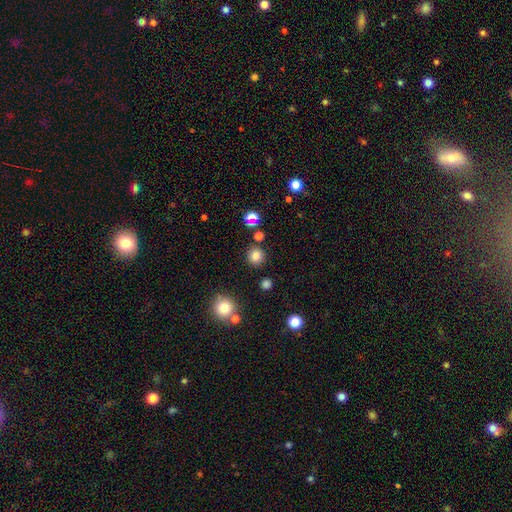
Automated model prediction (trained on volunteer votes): This appears to be a smooth galaxy with no disk features (79%) that is round (93%). Merging: none (88%).